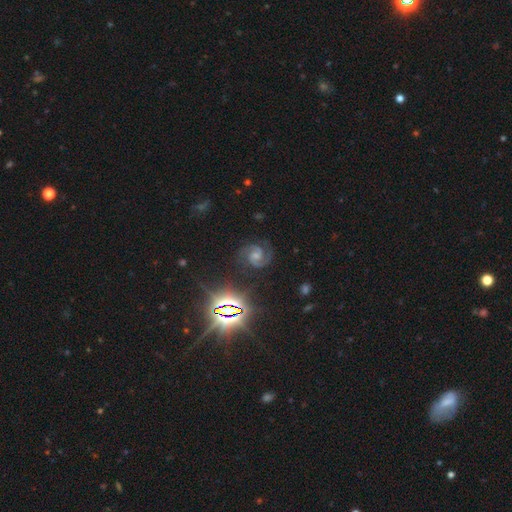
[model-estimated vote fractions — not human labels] This is likely a featured or disk galaxy (69%). It is clearly not viewed edge-on (97%). Bar: possibly no (50%). Spiral arm pattern: clearly yes (97%). Spiral arm count: clearly 2 (85%). Spiral winding: possibly medium (49%). Central bulge: possibly moderate (51%). Merging: likely none (79%).